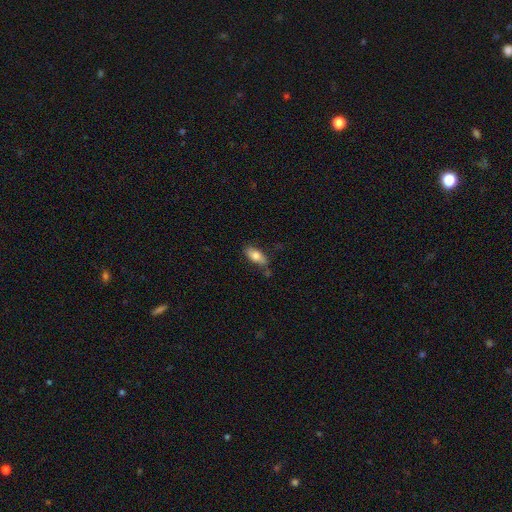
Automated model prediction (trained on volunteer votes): Smooth or featured? Predicted: smooth (p=0.75). How rounded? Predicted: in between (p=0.82). Merging? Predicted: none (p=0.70).